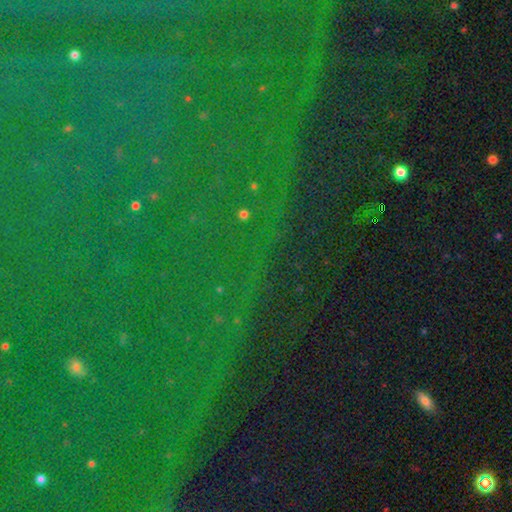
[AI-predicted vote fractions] smooth_or_featured: star or artifact (p=0.85) [alt: smooth p=0.08]